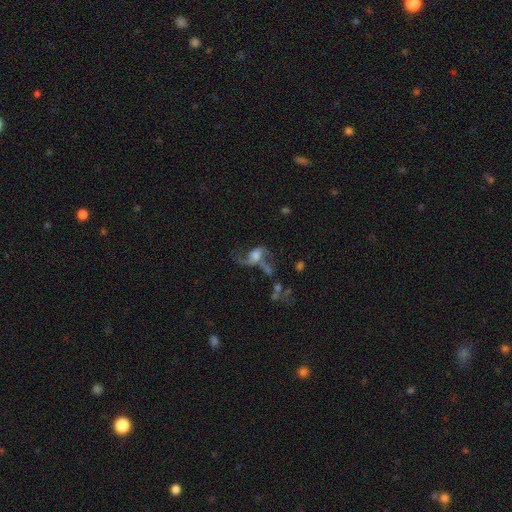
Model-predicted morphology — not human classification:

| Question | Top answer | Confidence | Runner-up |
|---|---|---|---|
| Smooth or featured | featured or disk | 61% | smooth (26%) |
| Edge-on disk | no | 95% | yes (5%) |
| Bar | no | 65% | weak (28%) |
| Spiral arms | yes | 73% | no (27%) |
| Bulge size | moderate | 33% | large (24%) |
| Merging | major disturbance | 36% | merger (27%) |